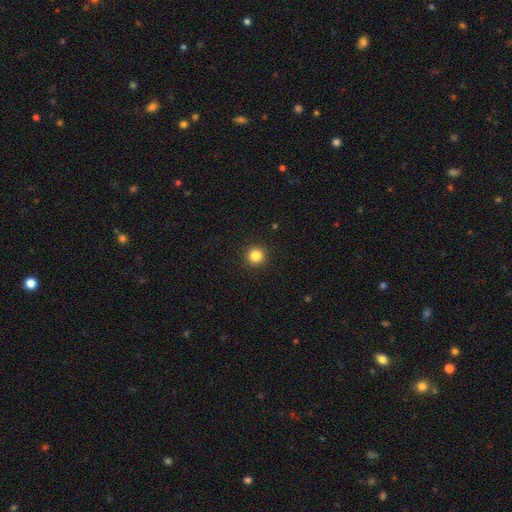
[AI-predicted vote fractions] Morphology: type=smooth (84%); roundness=round (95%); merging=none (93%).